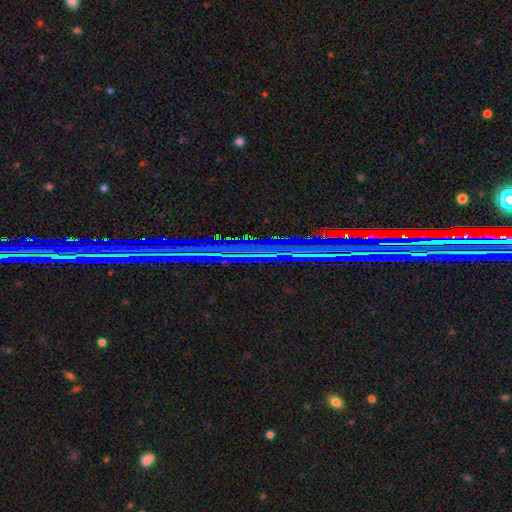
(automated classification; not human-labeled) A star or artifact, not a galaxy (84%).